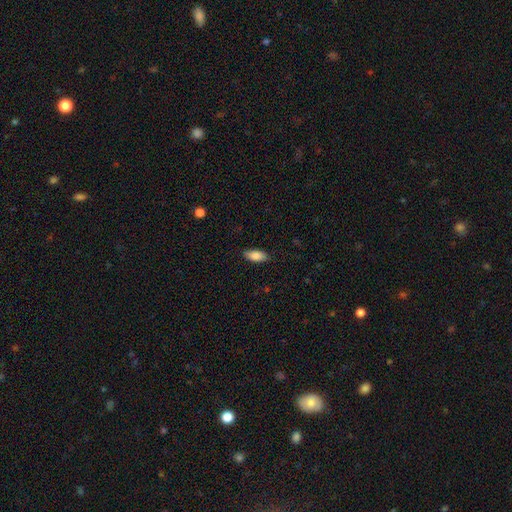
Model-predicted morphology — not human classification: smooth_or_featured: smooth (p=0.85) [alt: featured or disk p=0.09]
how_rounded: in between (p=0.87) [alt: cigar-shaped p=0.11]
merging: none (p=0.86) [alt: minor disturbance p=0.11]